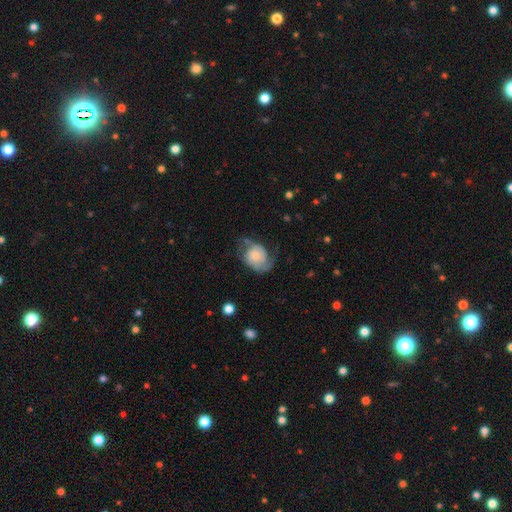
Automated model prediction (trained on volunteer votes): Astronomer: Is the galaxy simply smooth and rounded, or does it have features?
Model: featured or disk — 64%.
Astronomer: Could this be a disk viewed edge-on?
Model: no — 97%.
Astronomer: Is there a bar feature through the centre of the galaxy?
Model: no — 74%.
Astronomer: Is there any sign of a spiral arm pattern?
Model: yes — 90%.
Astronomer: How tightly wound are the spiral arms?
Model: medium — 43% (runner-up: loose, 31%).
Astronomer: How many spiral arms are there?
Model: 2 — 76%.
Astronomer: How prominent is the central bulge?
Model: small — 40% (runner-up: moderate, 29%).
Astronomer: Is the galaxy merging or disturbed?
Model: none — 50% (runner-up: minor disturbance, 26%).